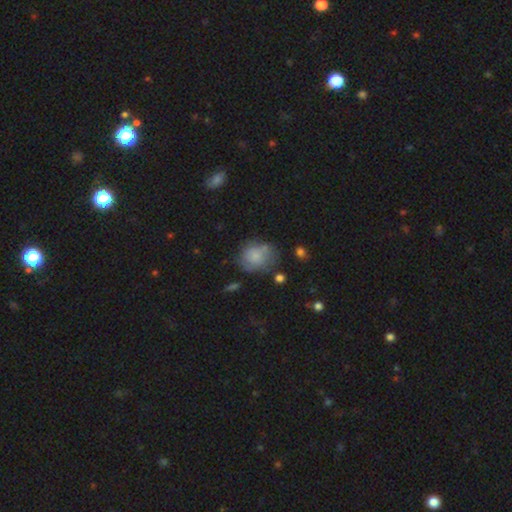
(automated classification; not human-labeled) A smooth galaxy with no disk features (74%) that is round (63%). Merging: none (52%).